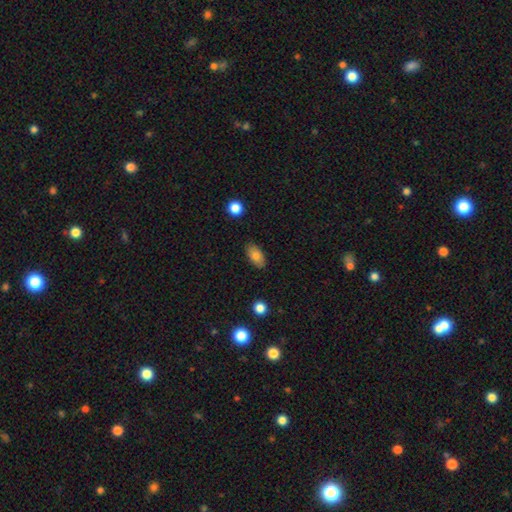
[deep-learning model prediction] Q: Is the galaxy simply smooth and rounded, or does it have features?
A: smooth — 80%.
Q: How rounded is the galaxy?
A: in between — 92%.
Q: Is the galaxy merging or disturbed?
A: none — 86%.